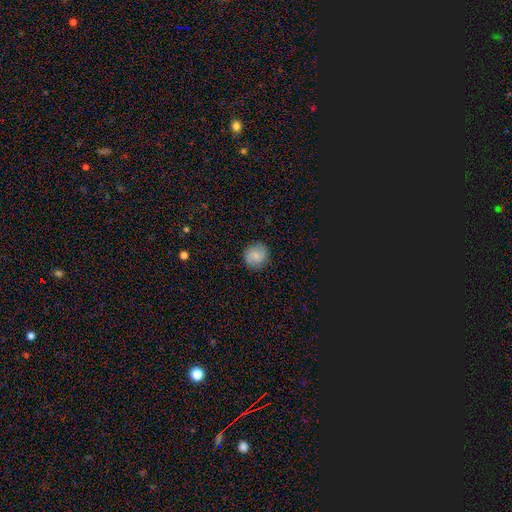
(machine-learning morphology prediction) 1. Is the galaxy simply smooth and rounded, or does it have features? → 77% smooth, 16% featured or disk, 8% star or artifact.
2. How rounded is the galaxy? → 88% round, 11% in between, 1% cigar-shaped.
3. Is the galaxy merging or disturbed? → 86% none, 10% minor disturbance, 2% major disturbance, 1% merger.